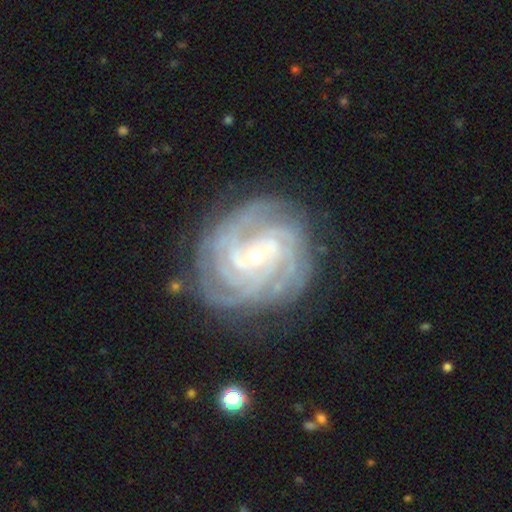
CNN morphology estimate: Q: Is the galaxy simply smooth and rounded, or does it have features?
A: featured or disk — 90%.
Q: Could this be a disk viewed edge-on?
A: no — 97%.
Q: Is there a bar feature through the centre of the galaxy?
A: weak — 41%, tied with no.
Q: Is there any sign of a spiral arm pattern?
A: yes — 98%.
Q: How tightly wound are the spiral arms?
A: tight — 80%.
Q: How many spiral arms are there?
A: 4 — 31%.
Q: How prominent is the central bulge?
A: small — 59%.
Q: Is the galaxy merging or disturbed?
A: none — 80%.